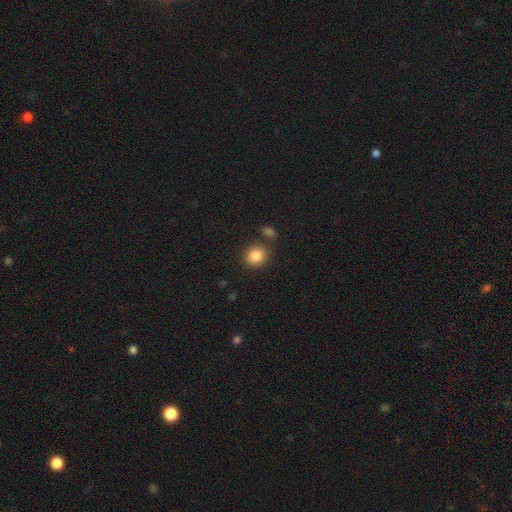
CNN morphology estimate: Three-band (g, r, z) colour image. It shows a smooth galaxy with no disk features (85%) that is round (78%). Merging: none (79%).